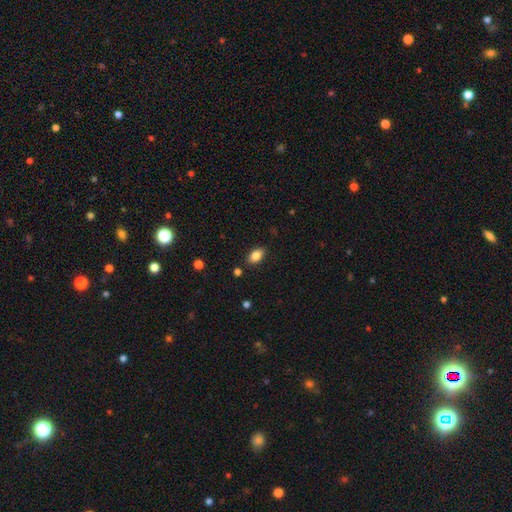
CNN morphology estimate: The model was most divided on "smooth or featured": smooth: 84%, star or artifact: 8%, featured or disk: 7%. More confident: how rounded — in between (90%); merging — none (86%).